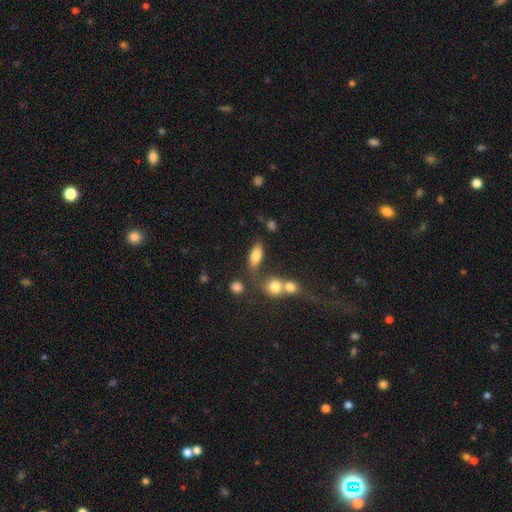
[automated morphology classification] smooth 74%, featured or disk 17%, star or artifact 10%. Down the decision tree: how rounded — in between (77%); merging — none (54%).